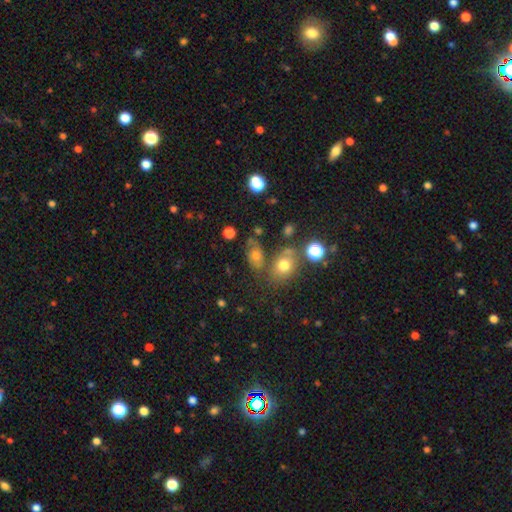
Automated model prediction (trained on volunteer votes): A smooth galaxy with no disk features (62%) that is in between round and cigar-shaped (68%). Merging: none (61%).